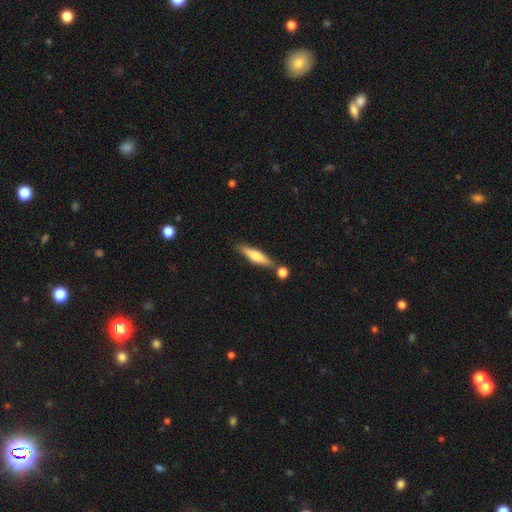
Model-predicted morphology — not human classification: This appears to be a smooth galaxy with no disk features (53%) that is cigar-shaped (78%). Merging: none (75%).